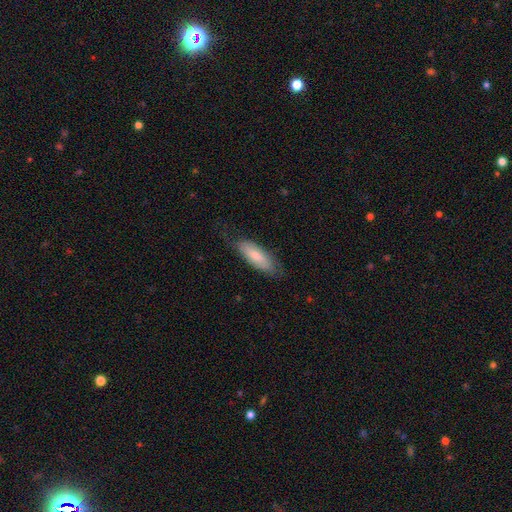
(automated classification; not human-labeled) Smooth or featured? smooth (70%)
How rounded? in between (65%)
Merging? none (69%)